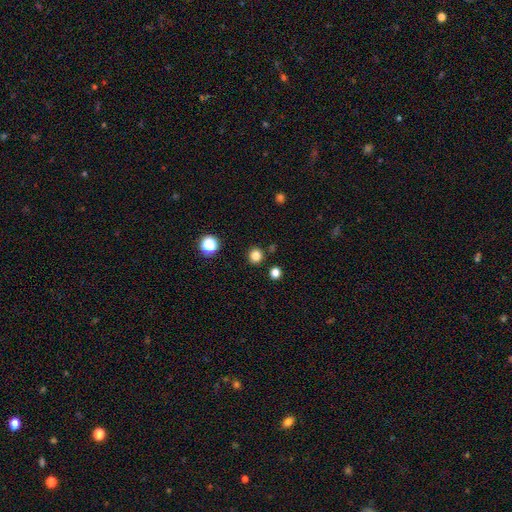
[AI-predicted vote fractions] Smooth or featured? Predicted: smooth (p=0.82). How rounded? Predicted: round (p=0.93). Merging? Predicted: none (p=0.89).